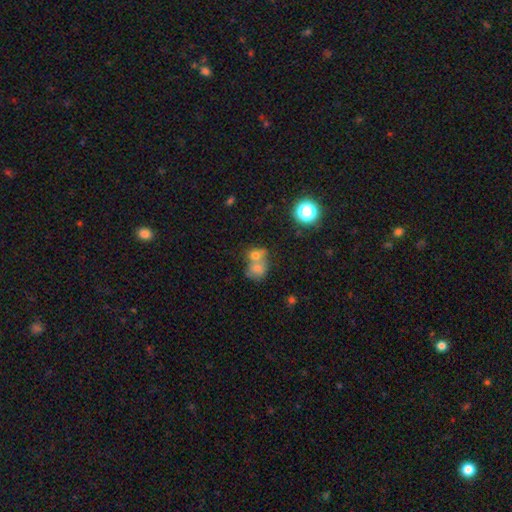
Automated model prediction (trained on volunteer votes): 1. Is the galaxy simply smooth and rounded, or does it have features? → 70% smooth, 15% featured or disk, 15% star or artifact.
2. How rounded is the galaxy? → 57% round, 41% in between, 2% cigar-shaped.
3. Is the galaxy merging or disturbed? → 61% merger, 27% none, 8% minor disturbance, 4% major disturbance.